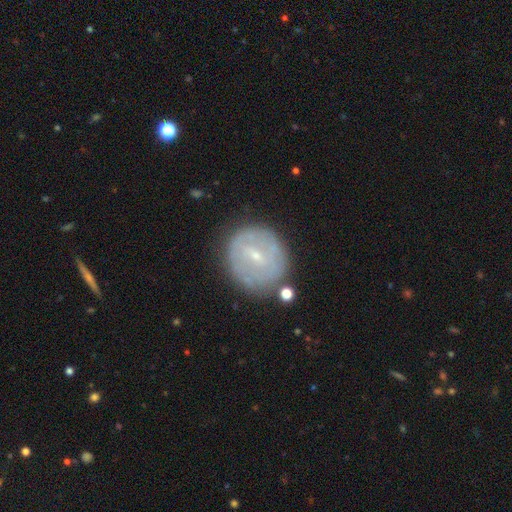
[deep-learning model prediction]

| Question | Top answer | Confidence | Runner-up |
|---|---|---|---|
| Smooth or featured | featured or disk | 62% | smooth (30%) |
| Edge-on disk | no | 96% | yes (4%) |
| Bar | weak | 55% | no (23%) |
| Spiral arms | yes | 56% | no (44%) |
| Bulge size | small | 79% | moderate (16%) |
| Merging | none | 75% | minor disturbance (16%) |